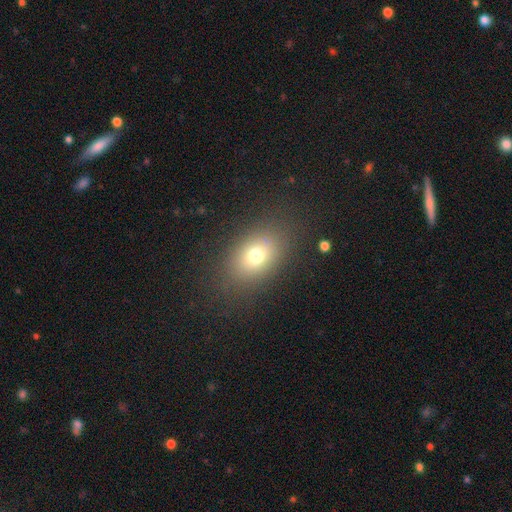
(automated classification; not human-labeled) Q: Smooth or featured?
A: smooth (73%); runner-up: featured or disk (14%)
Q: How rounded?
A: in between (76%); runner-up: round (22%)
Q: Merging?
A: none (84%); runner-up: minor disturbance (10%)